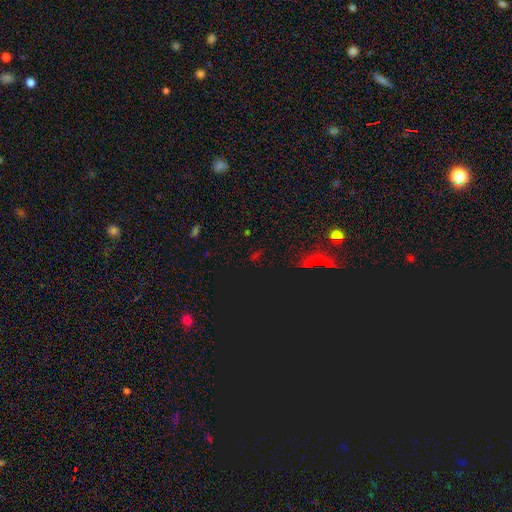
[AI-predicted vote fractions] Smooth or featured?
  - star or artifact: 72% *
  - smooth: 20%
  - featured or disk: 7%